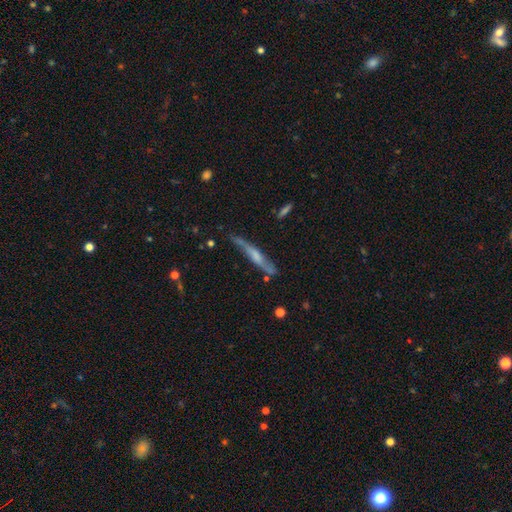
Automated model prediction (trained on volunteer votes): smooth_or_featured: featured or disk (p=0.64) [alt: smooth p=0.28]
disk_edge_on: yes (p=0.80) [alt: no p=0.20]
edge_on_bulge: rounded (p=0.48) [alt: none p=0.32]
merging: none (p=0.64) [alt: minor disturbance p=0.24]